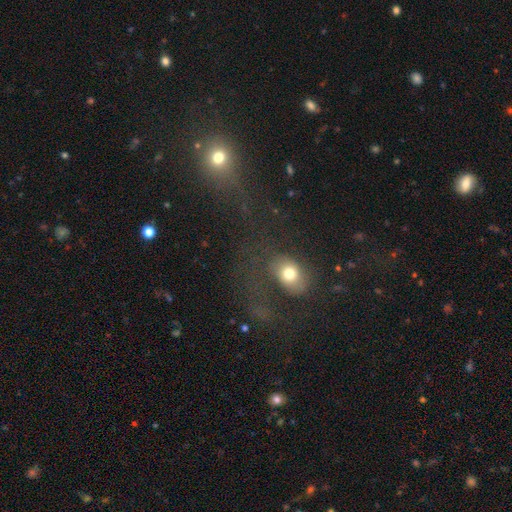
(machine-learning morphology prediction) The model was most divided on "merging": none: 37%, major disturbance: 31%, merger: 19%, minor disturbance: 13%. More confident: how rounded — round (60%); smooth or featured — smooth (53%).